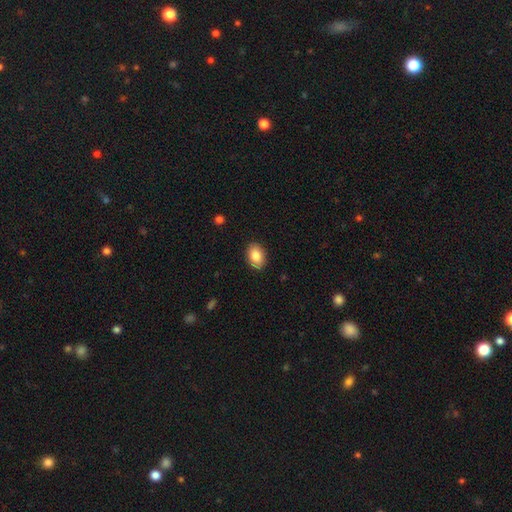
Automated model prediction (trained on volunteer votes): This is clearly a smooth galaxy (84%). How rounded: clearly in between (82%). Merging: clearly none (87%).